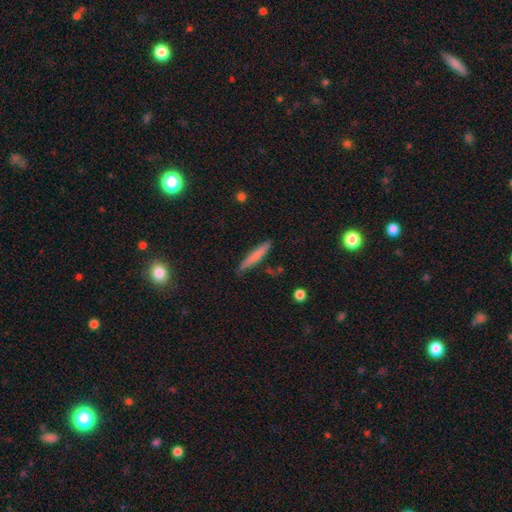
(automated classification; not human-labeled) Smooth or featured? smooth (70%)
How rounded? cigar-shaped (94%)
Merging? none (84%)